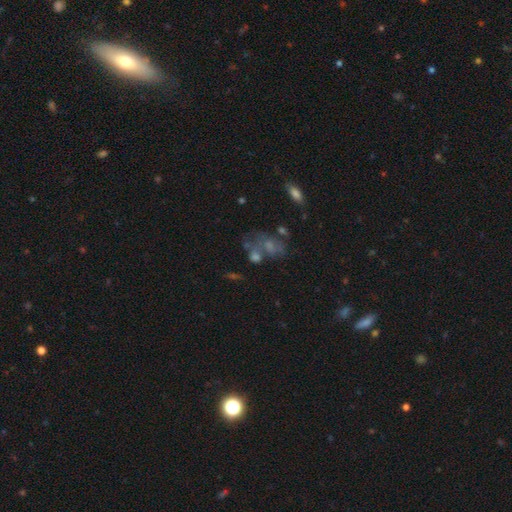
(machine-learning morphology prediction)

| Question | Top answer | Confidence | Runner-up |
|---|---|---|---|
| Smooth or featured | smooth | 43% | featured or disk (35%) |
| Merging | none | 33% | merger (32%) |